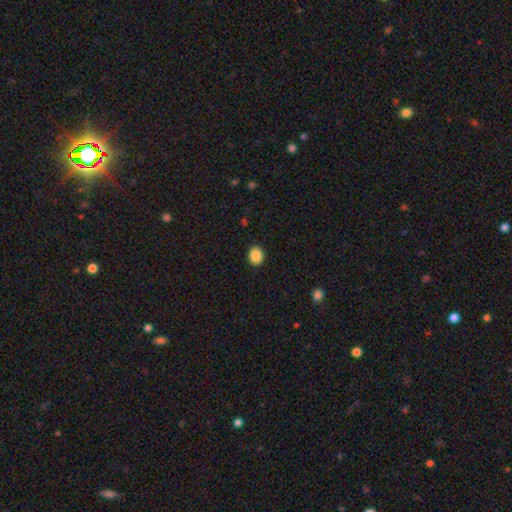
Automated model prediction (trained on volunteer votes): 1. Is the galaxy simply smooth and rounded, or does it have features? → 87% smooth, 9% star or artifact, 4% featured or disk.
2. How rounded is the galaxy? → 65% round, 34% in between, 1% cigar-shaped.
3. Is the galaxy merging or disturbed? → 91% none, 6% minor disturbance, 2% major disturbance, 1% merger.